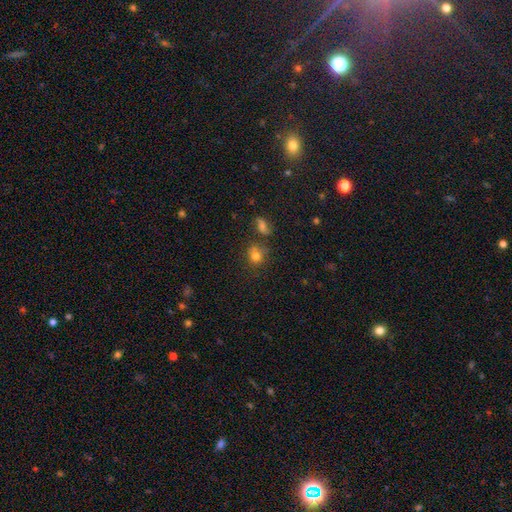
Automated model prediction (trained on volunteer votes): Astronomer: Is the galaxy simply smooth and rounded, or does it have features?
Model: smooth — 76%.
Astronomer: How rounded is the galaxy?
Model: round — 72%.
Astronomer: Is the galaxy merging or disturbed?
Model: none — 60%.